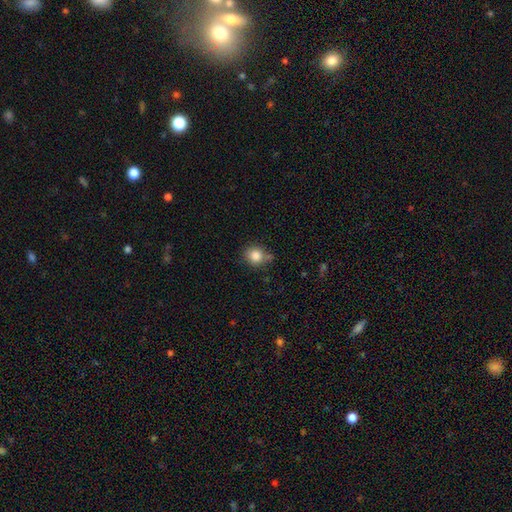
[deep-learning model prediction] This is clearly a smooth galaxy (83%). How rounded: clearly round (84%). Merging: likely none (70%).